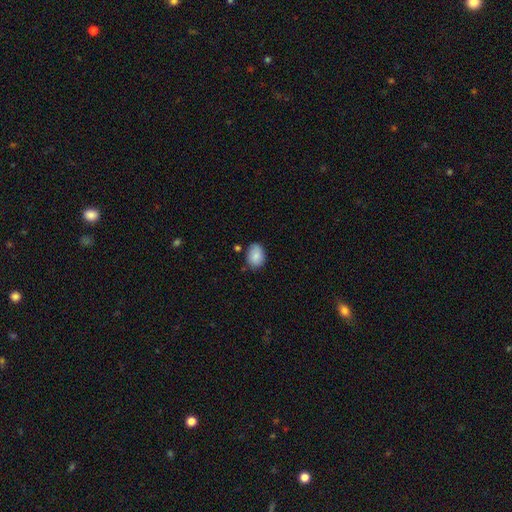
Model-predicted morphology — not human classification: smooth 86%, star or artifact 7%, featured or disk 7%. Down the decision tree: how rounded — in between (75%); merging — none (73%).